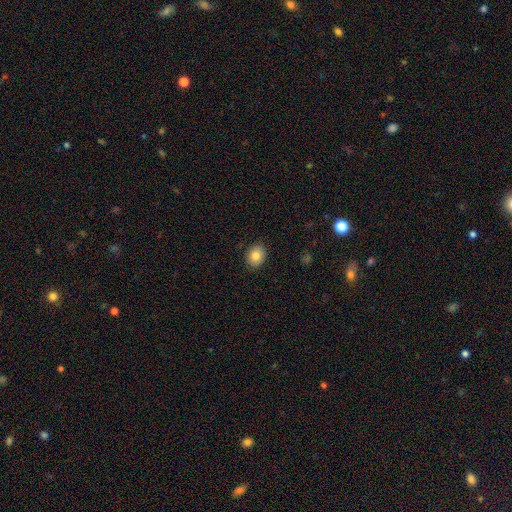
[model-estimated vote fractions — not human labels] This appears to be a smooth galaxy with no disk features (83%) that is in between round and cigar-shaped (52%). Merging: none (88%).